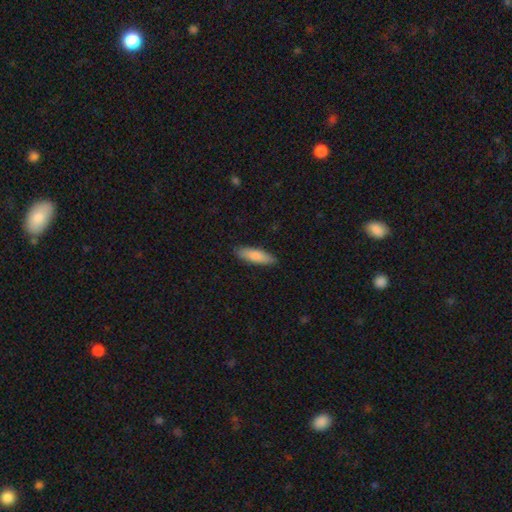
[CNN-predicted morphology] A smooth galaxy with no disk features (83%) that is cigar-shaped (53%). Merging: none (87%).